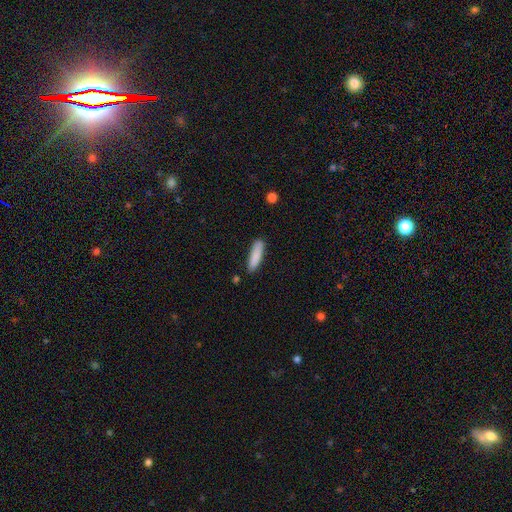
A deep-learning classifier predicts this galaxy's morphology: This is clearly a smooth galaxy (87%). How rounded: likely cigar-shaped (75%). Merging: clearly none (84%).